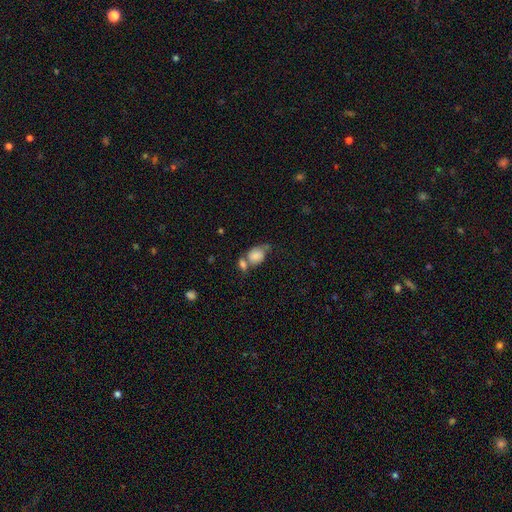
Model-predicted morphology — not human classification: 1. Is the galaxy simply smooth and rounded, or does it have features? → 76% smooth, 16% featured or disk, 9% star or artifact.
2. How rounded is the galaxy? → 50% in between, 49% round, 1% cigar-shaped.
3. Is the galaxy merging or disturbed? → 46% merger, 25% none, 17% minor disturbance, 12% major disturbance.